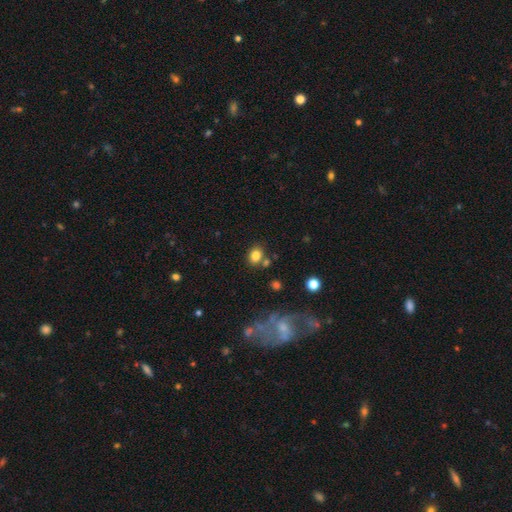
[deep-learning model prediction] Q: Smooth or featured?
A: smooth (82%); runner-up: star or artifact (11%)
Q: How rounded?
A: round (54%); runner-up: in between (45%)
Q: Merging?
A: none (72%); runner-up: minor disturbance (12%)